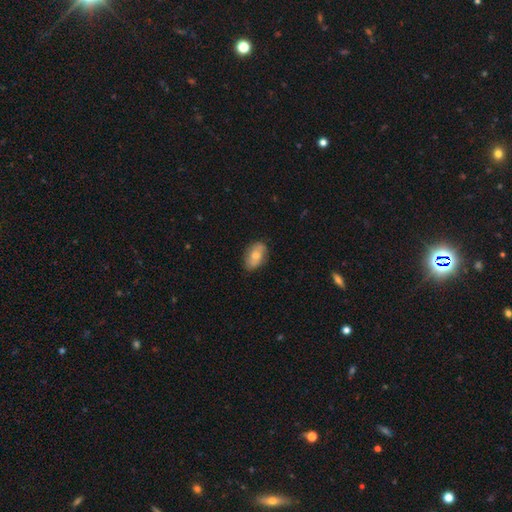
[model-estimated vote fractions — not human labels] Smooth or featured: smooth — 63% (featured or disk — 30%)
How rounded: in between — 89% (round — 9%)
Merging: none — 79% (minor disturbance — 16%)